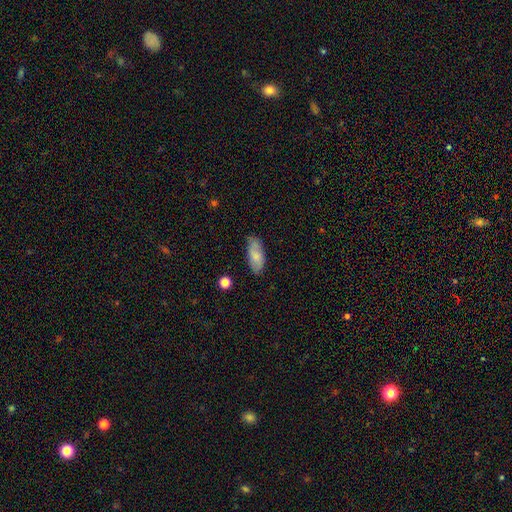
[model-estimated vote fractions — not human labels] This appears to be a smooth galaxy with no disk features (73%) that is in between round and cigar-shaped (80%). Merging: none (72%).